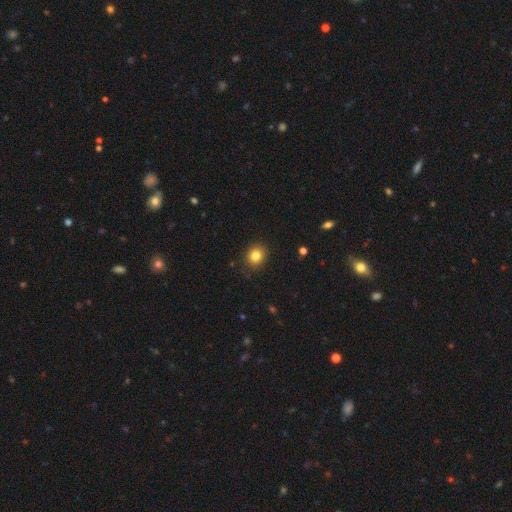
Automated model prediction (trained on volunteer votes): Smooth or featured? smooth (82%)
How rounded? round (73%)
Merging? none (88%)